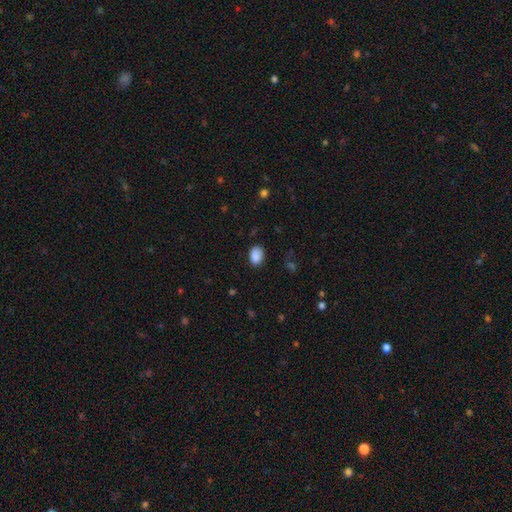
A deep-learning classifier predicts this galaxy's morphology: smooth 88%, star or artifact 8%, featured or disk 3%. Down the decision tree: how rounded — in between (75%); merging — none (80%).